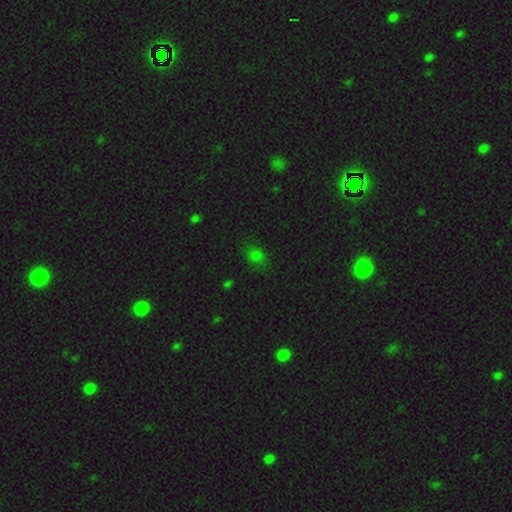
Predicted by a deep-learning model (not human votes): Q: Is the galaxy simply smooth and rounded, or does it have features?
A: smooth — 71%.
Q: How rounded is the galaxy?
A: in between — 53%.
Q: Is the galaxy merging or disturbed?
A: none — 75%.